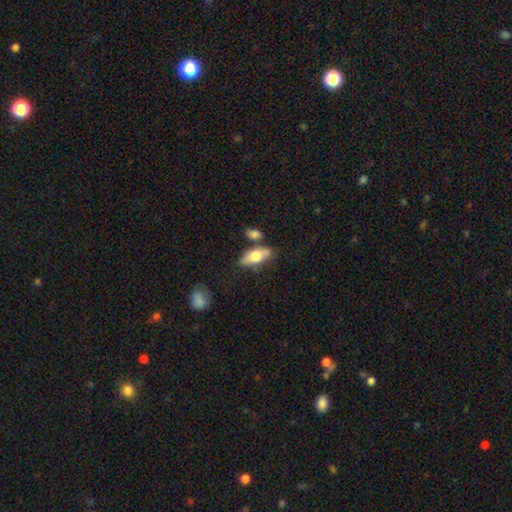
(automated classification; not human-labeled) Smooth or featured? Predicted: smooth (p=0.65). How rounded? Predicted: in between (p=0.75). Merging? Predicted: none (p=0.67).